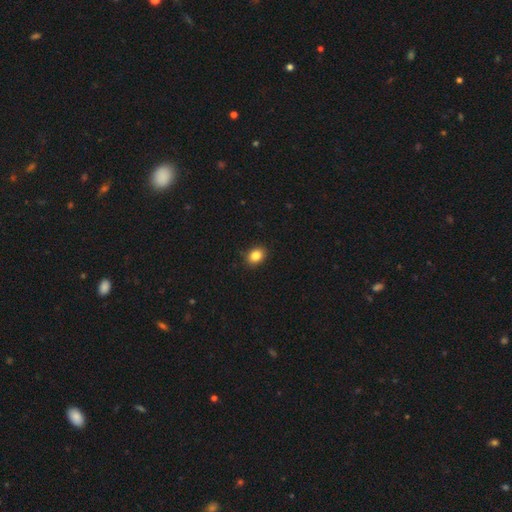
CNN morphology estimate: Q: Smooth or featured?
A: smooth (85%); runner-up: star or artifact (10%)
Q: How rounded?
A: in between (57%); runner-up: round (42%)
Q: Merging?
A: none (90%); runner-up: minor disturbance (7%)